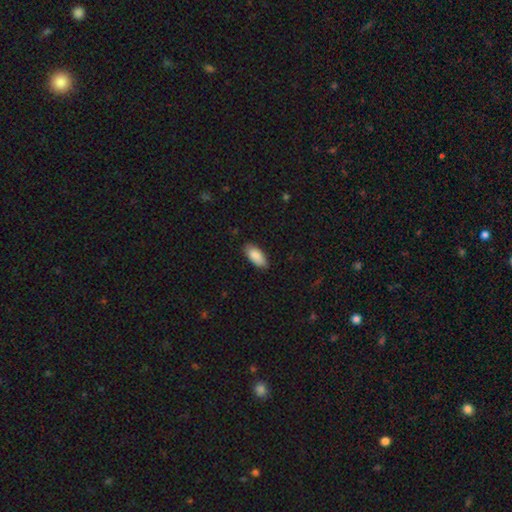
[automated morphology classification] A smooth galaxy with no disk features (89%) that is in between round and cigar-shaped (89%). Merging: none (84%).